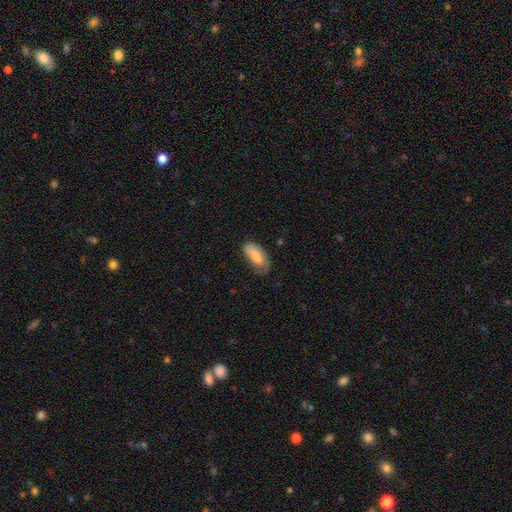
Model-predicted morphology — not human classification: Smooth or featured? Predicted: smooth (p=0.82). How rounded? Predicted: in between (p=0.89). Merging? Predicted: none (p=0.53).